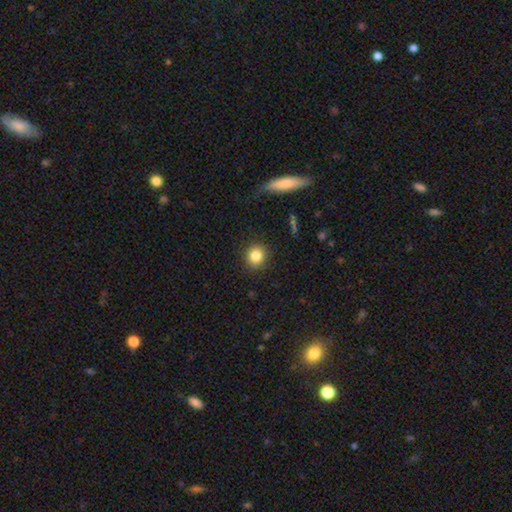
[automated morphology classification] The model was most divided on "how rounded": round: 86%, in between: 13%, cigar-shaped: 1%. More confident: merging — none (89%); smooth or featured — smooth (84%).